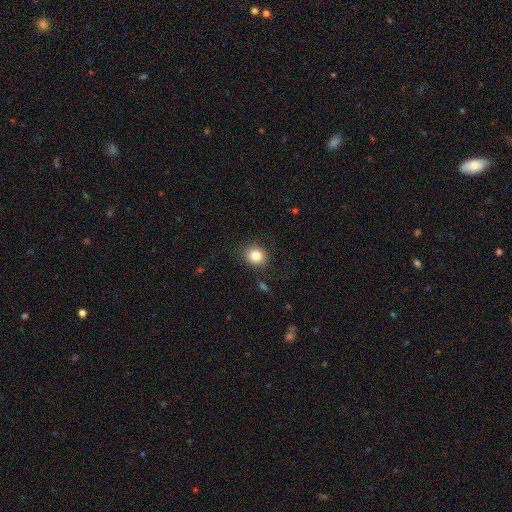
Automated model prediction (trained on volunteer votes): Smooth or featured: smooth — 82% (star or artifact — 11%)
How rounded: round — 77% (in between — 22%)
Merging: none — 86% (minor disturbance — 9%)